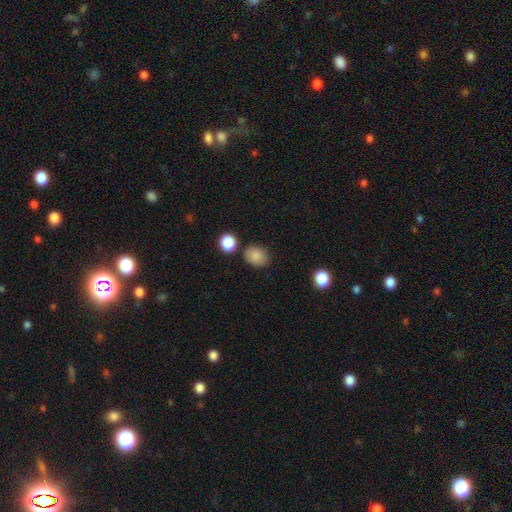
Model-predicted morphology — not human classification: A smooth galaxy with no disk features (86%) that is round (52%). Merging: none (79%).